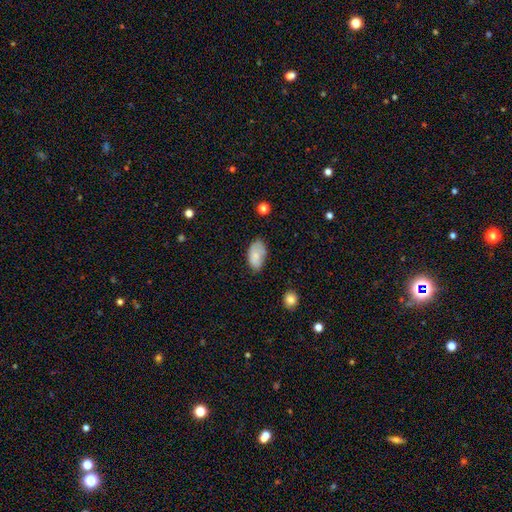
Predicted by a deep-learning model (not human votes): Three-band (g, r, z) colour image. It shows a smooth galaxy with no disk features (77%) that is in between round and cigar-shaped (94%). Merging: none (62%).